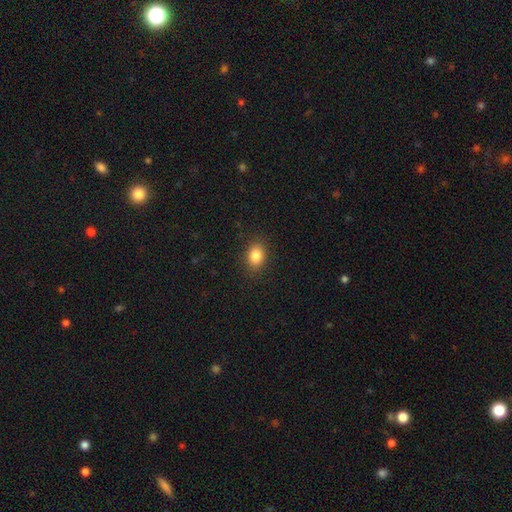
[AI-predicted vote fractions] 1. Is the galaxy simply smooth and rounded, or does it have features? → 85% smooth, 9% star or artifact, 5% featured or disk.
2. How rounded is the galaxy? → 68% in between, 31% round, 1% cigar-shaped.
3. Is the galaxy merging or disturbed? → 88% none, 9% minor disturbance, 3% major disturbance, 1% merger.